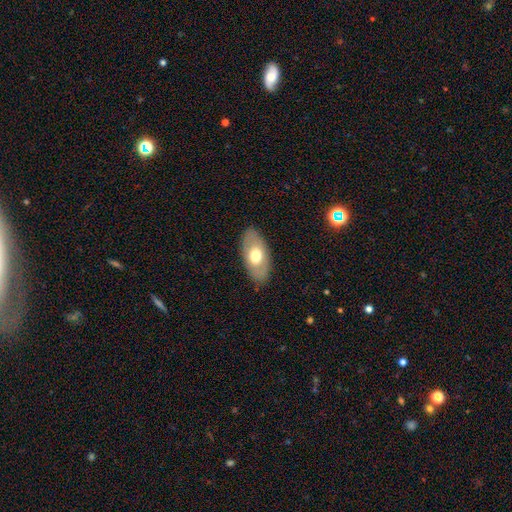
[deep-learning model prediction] Smooth or featured?
  - smooth: 56% *
  - featured or disk: 38%
  - star or artifact: 6%
How rounded?
  - in between: 92% *
  - round: 4%
  - cigar-shaped: 4%
Merging?
  - none: 84% *
  - minor disturbance: 11%
  - major disturbance: 3%
  - merger: 1%